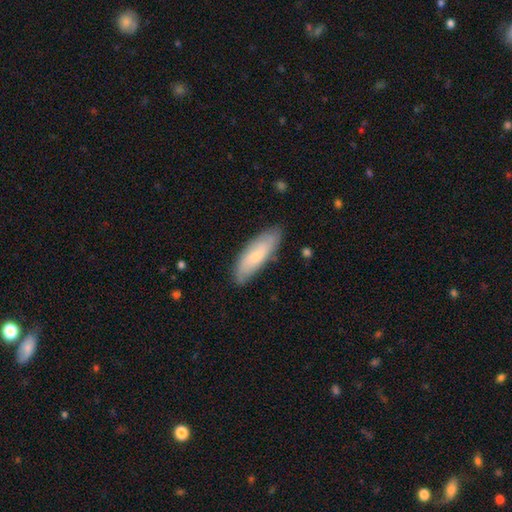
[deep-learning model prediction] A smooth galaxy with no disk features (63%) that is in between round and cigar-shaped (55%).

Vote fractions:
- Smooth or featured? smooth: 63% / featured or disk: 31% / star or artifact: 6%
- How rounded? in between: 55% / cigar-shaped: 44% / round: 2%
- Merging? none: 80% / minor disturbance: 16% / major disturbance: 3% / merger: 1%